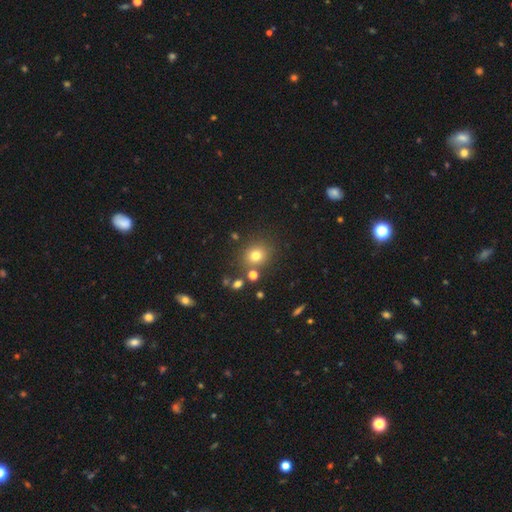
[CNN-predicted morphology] This is likely a smooth galaxy (75%). How rounded: clearly round (82%). Merging: likely none (79%).